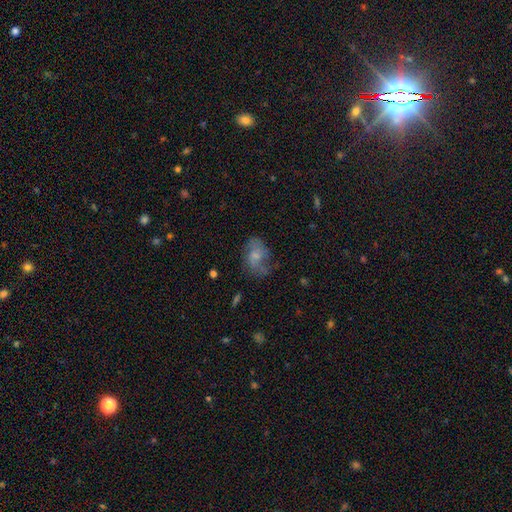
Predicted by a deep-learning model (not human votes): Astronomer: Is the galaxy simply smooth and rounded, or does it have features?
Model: featured or disk — 46% (runner-up: smooth, 45%).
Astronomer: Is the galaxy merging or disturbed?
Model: none — 47% (runner-up: minor disturbance, 27%).